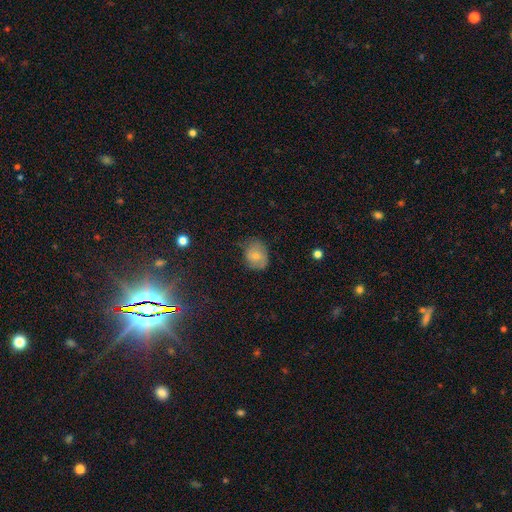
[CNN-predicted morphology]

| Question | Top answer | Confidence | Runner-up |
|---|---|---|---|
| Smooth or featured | smooth | 68% | featured or disk (22%) |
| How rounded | round | 52% | in between (47%) |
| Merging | none | 62% | minor disturbance (28%) |